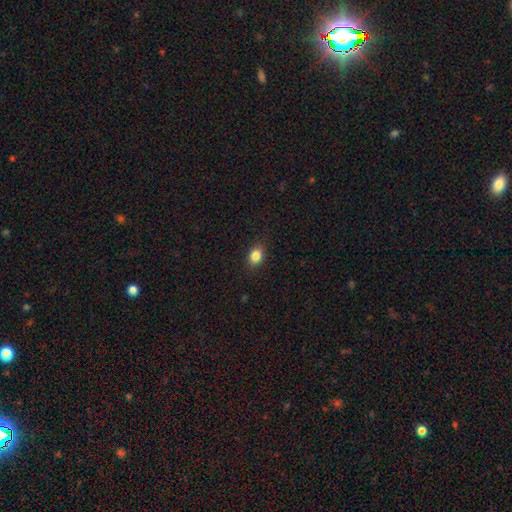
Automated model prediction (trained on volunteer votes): Smooth or featured: smooth — 85% (star or artifact — 10%)
How rounded: in between — 63% (round — 36%)
Merging: none — 87% (minor disturbance — 10%)